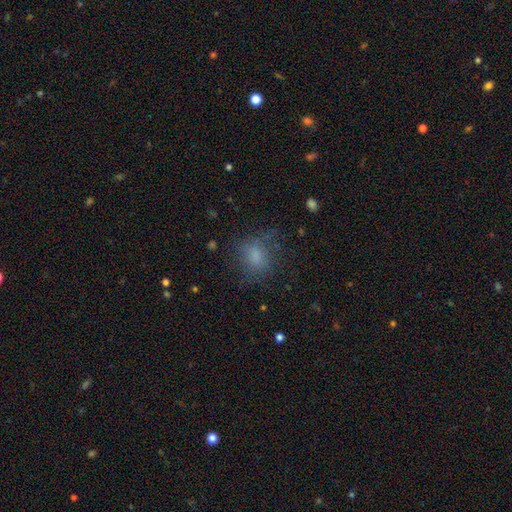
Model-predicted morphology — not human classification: Smooth or featured? Predicted: smooth (p=0.73). How rounded? Predicted: round (p=0.53). Merging? Predicted: none (p=0.62).